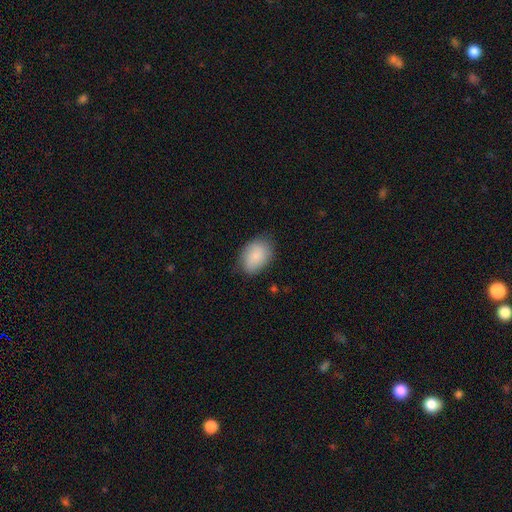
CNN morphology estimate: The model was most divided on "merging": none: 76%, minor disturbance: 19%, major disturbance: 4%, merger: 1%. More confident: smooth or featured — smooth (85%); how rounded — in between (81%).